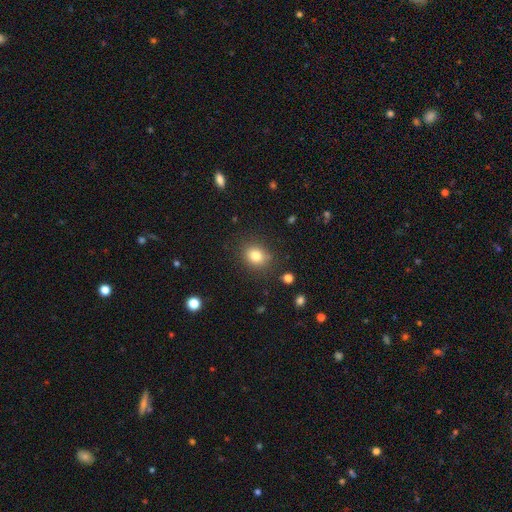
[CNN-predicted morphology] Smooth or featured? smooth (80%)
How rounded? round (62%)
Merging? none (82%)